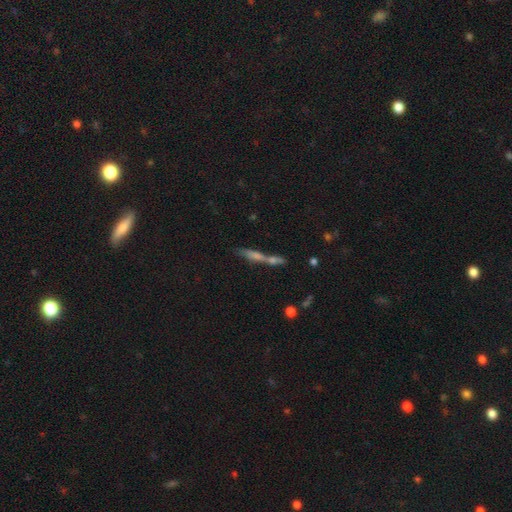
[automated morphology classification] smooth 43%, featured or disk 42%, star or artifact 15%. Down the decision tree: merging — none (50%).